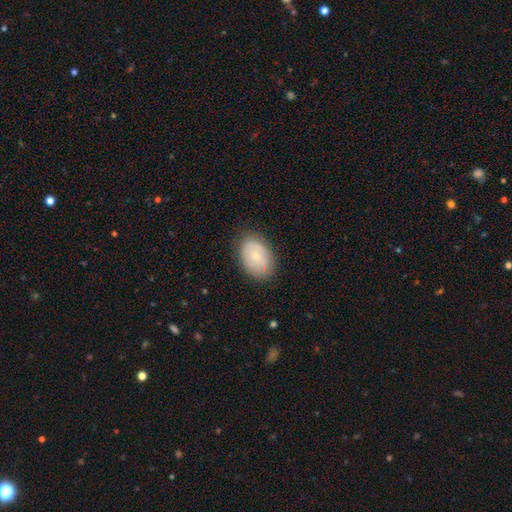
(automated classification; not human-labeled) The model was most divided on "smooth or featured": smooth: 62%, featured or disk: 31%, star or artifact: 7%. More confident: how rounded — in between (81%); merging — none (80%).